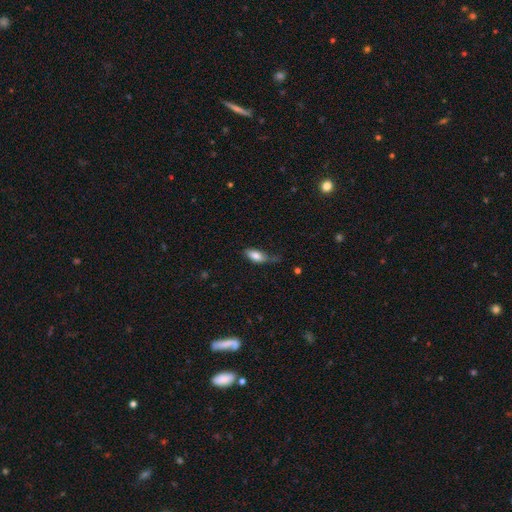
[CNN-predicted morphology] This is likely a smooth galaxy (80%). How rounded: clearly in between (83%). Merging: marginally none (40%).